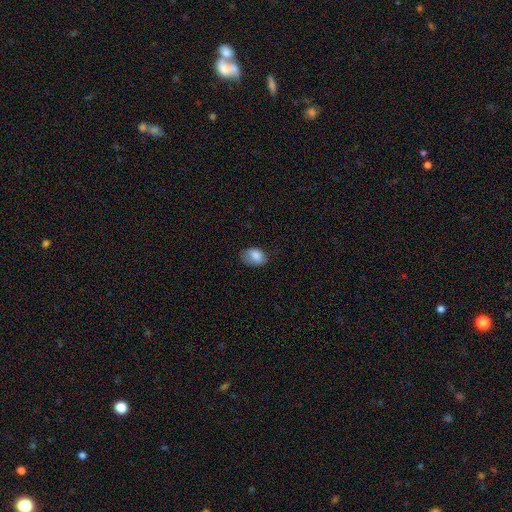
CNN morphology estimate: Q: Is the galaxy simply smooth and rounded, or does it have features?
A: smooth — 84%.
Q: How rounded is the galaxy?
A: in between — 83%.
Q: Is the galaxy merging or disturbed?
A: none — 62%.